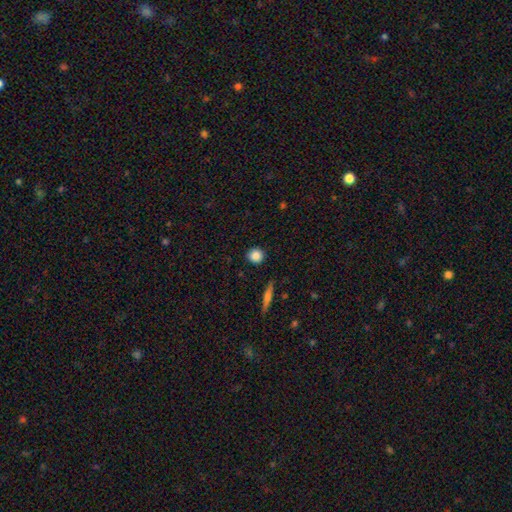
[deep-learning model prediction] Morphology: type=smooth (85%); roundness=round (90%); merging=none (90%).